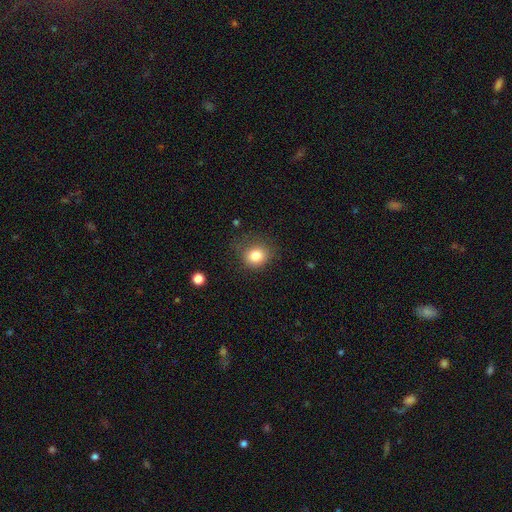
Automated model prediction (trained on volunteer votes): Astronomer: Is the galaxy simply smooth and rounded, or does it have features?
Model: smooth — 81%.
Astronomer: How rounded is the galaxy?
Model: round — 76%.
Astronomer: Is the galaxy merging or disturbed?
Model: none — 70%.